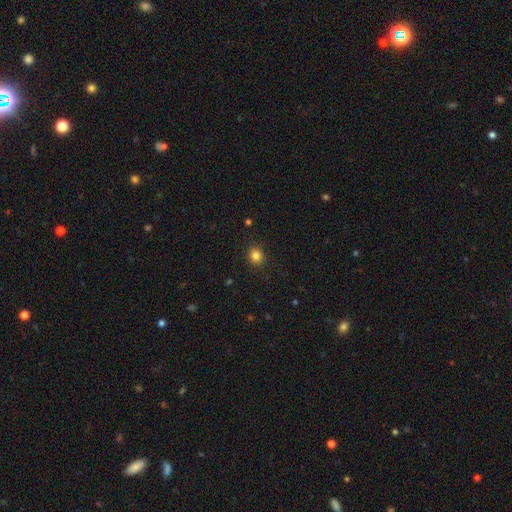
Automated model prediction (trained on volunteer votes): Smooth or featured? smooth (83%)
How rounded? round (81%)
Merging? none (91%)